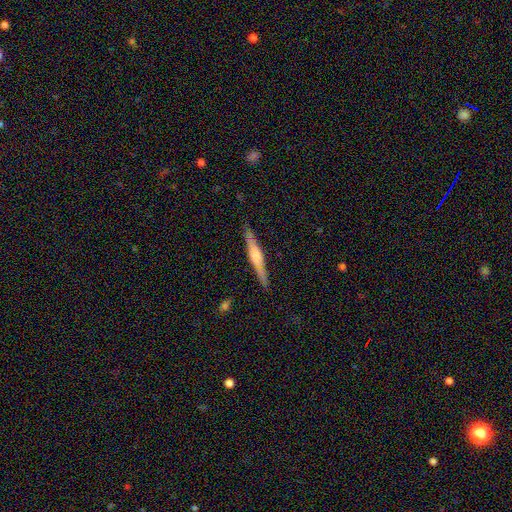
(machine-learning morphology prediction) Smooth or featured? Predicted: featured or disk (p=0.67). Edge-on disk? Predicted: yes (p=0.97). Edge-on bulge? Predicted: rounded (p=0.55). Merging? Predicted: none (p=0.88).